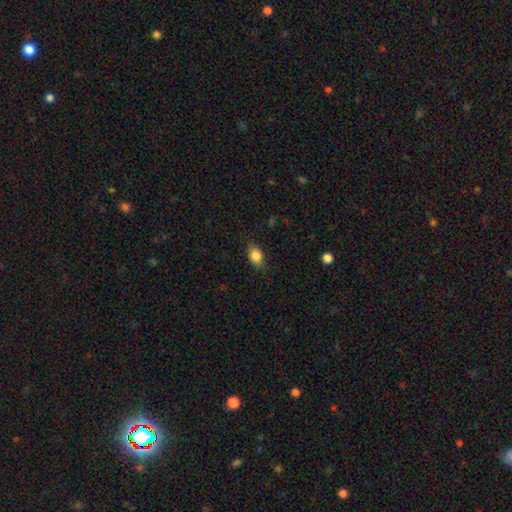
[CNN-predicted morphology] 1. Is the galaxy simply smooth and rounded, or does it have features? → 82% smooth, 9% featured or disk, 9% star or artifact.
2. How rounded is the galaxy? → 73% in between, 24% round, 3% cigar-shaped.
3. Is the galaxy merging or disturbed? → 79% none, 17% minor disturbance, 4% major disturbance, 1% merger.